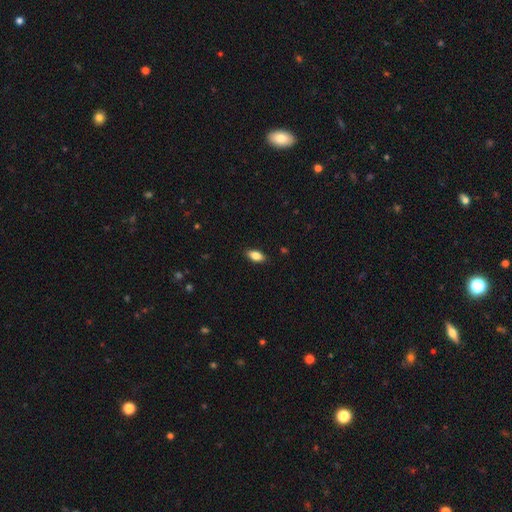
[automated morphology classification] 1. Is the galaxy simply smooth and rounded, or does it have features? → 83% smooth, 9% featured or disk, 7% star or artifact.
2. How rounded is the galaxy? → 88% in between, 8% cigar-shaped, 4% round.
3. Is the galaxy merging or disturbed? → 87% none, 10% minor disturbance, 2% major disturbance, 1% merger.